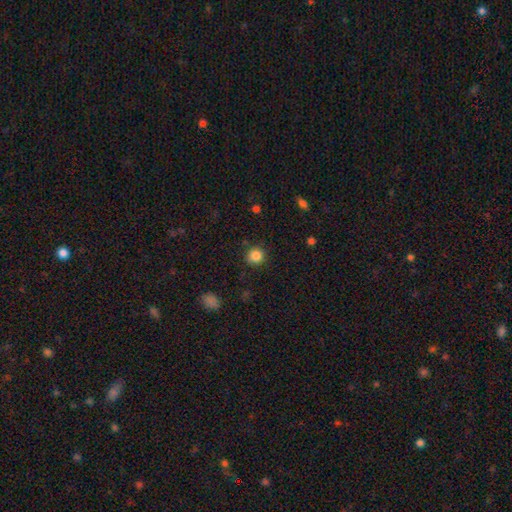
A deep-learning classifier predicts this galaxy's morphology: This is clearly a smooth galaxy (85%). How rounded: clearly round (90%). Merging: clearly none (87%).